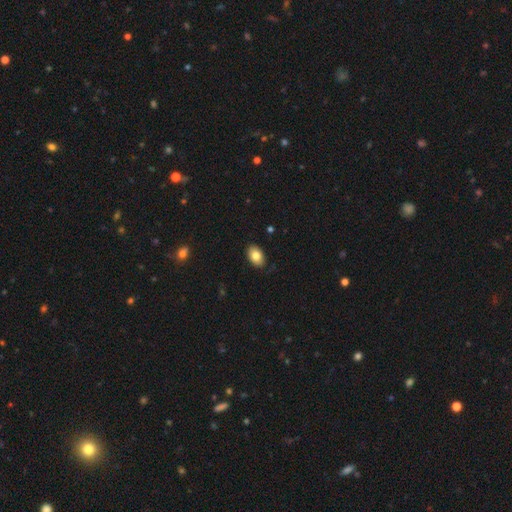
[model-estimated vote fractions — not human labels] Smooth or featured? Predicted: smooth (p=0.82). How rounded? Predicted: in between (p=0.87). Merging? Predicted: none (p=0.87).